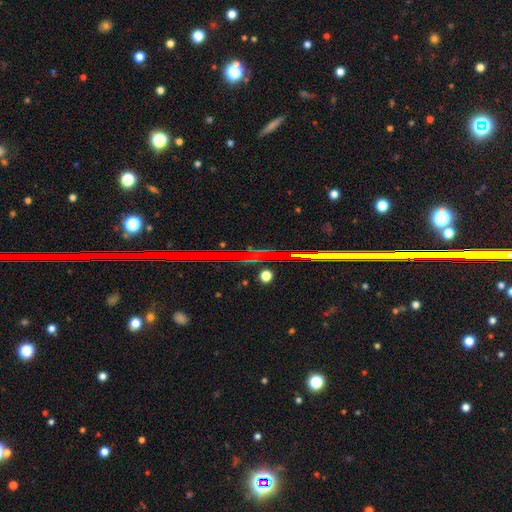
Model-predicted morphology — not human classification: This is possibly a star or artifact rather than a galaxy (54%).